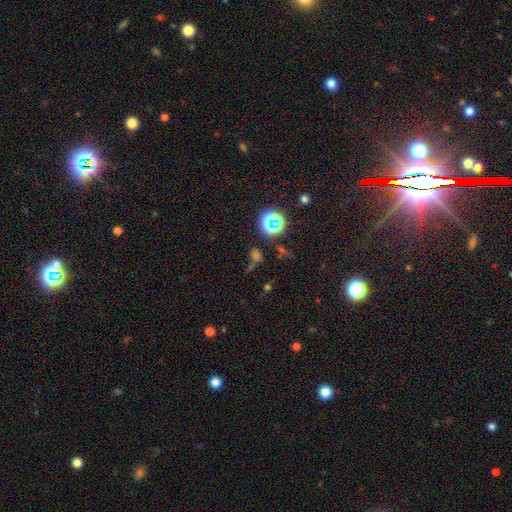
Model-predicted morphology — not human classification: A star or artifact, not a galaxy (59%).

Vote fractions:
- Smooth or featured? star or artifact: 59% / smooth: 30% / featured or disk: 11%